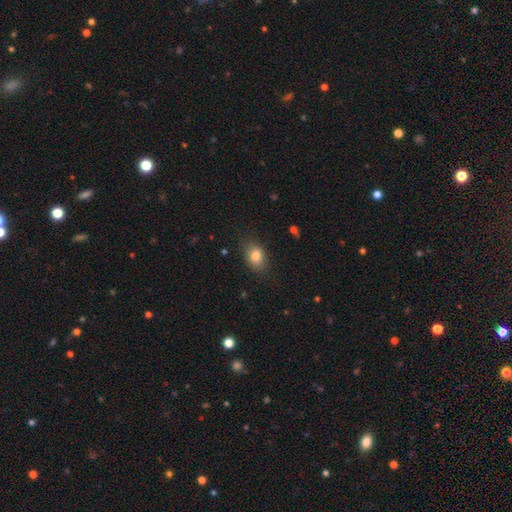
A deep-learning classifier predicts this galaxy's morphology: type=smooth (81%); roundness=in between (74%); merging=none (80%).